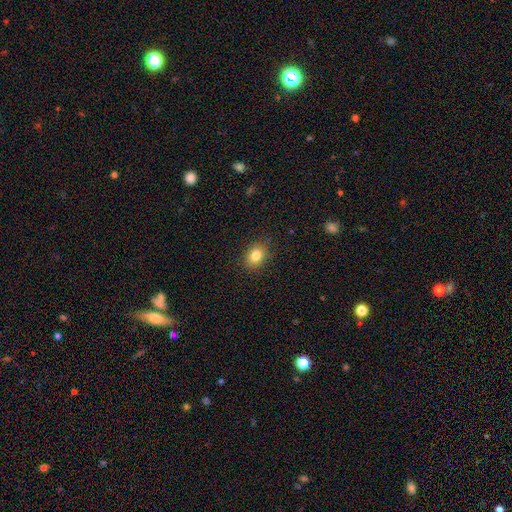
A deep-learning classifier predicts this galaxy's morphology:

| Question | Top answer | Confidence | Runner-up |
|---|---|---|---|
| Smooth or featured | smooth | 82% | star or artifact (10%) |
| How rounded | in between | 58% | round (41%) |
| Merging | none | 86% | minor disturbance (10%) |